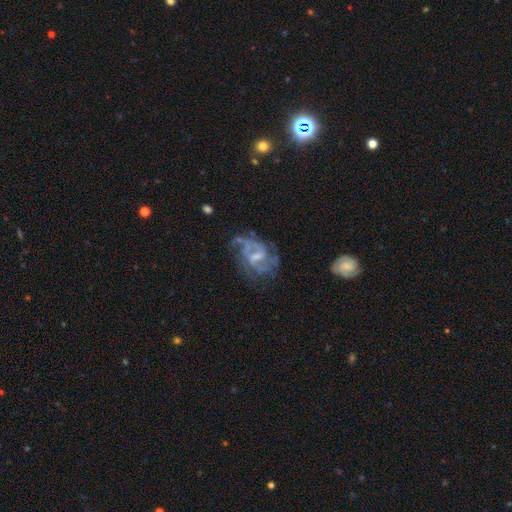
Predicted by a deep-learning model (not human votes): A featured or disk galaxy (81%) with a weak bar (56%), 2 (46%) medium (48%) spiral arms (88%) and a small central bulge (39%). Merging: none (50%).